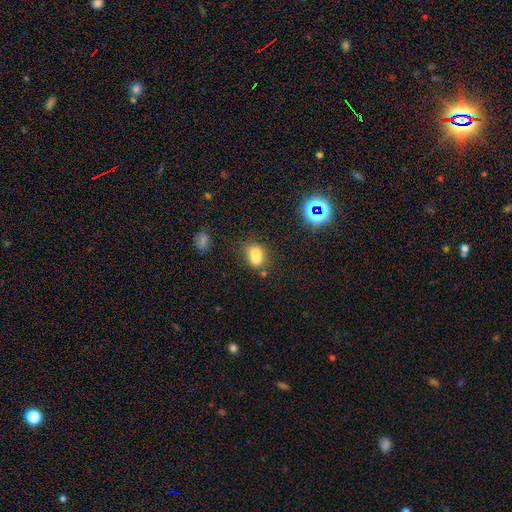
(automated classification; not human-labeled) Q: Smooth or featured?
A: smooth (77%); runner-up: star or artifact (14%)
Q: How rounded?
A: in between (75%); runner-up: round (22%)
Q: Merging?
A: none (57%); runner-up: minor disturbance (21%)